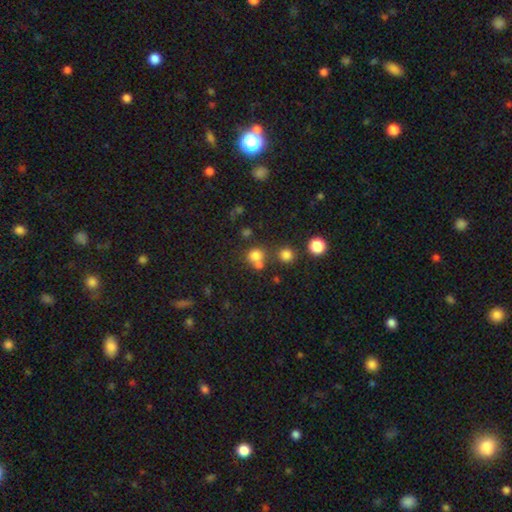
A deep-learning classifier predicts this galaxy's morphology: smooth 75%, star or artifact 17%, featured or disk 8%. Down the decision tree: how rounded — round (86%); merging — none (61%).